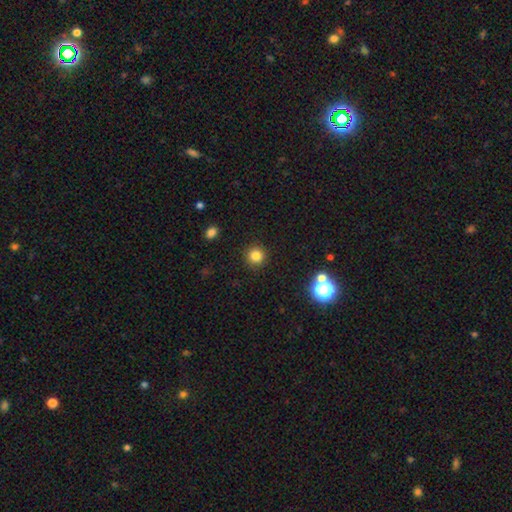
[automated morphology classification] This appears to be a smooth galaxy with no disk features (81%) that is round (94%). Merging: none (91%).